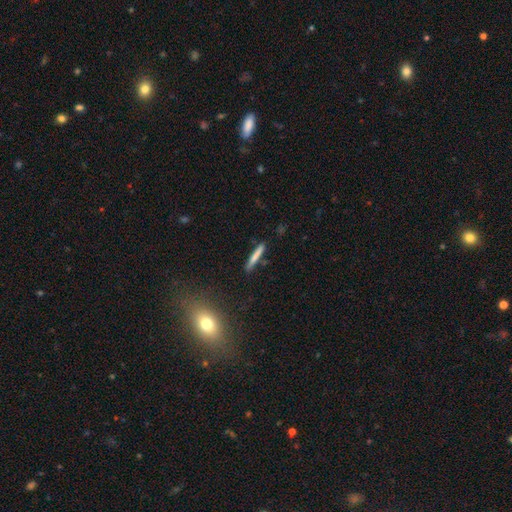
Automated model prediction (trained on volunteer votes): A smooth galaxy with no disk features (73%) that is cigar-shaped (94%). Merging: none (86%).